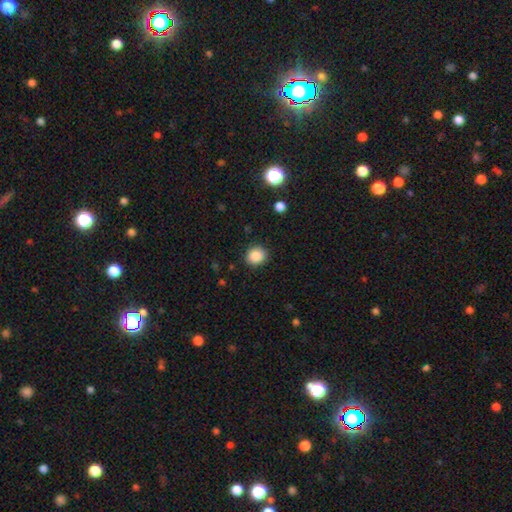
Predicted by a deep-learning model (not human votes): smooth_or_featured: smooth (p=0.85) [alt: star or artifact p=0.10]
how_rounded: round (p=0.82) [alt: in between p=0.17]
merging: none (p=0.90) [alt: minor disturbance p=0.07]